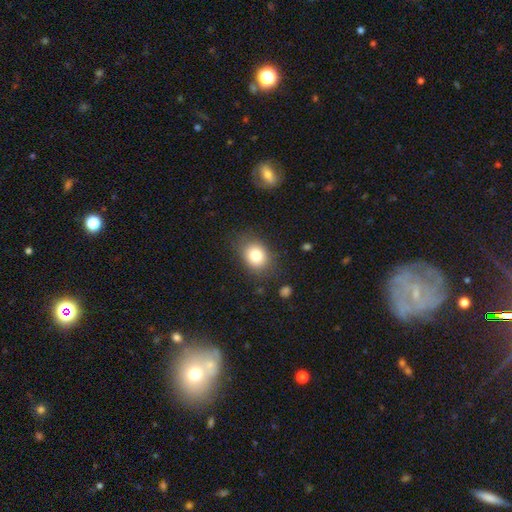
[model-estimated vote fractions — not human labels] A smooth galaxy with no disk features (80%) that is in between round and cigar-shaped (52%).

Vote fractions:
- Smooth or featured? smooth: 80% / featured or disk: 10% / star or artifact: 10%
- How rounded? in between: 52% / round: 47% / cigar-shaped: 1%
- Merging? none: 79% / minor disturbance: 14% / major disturbance: 5% / merger: 2%